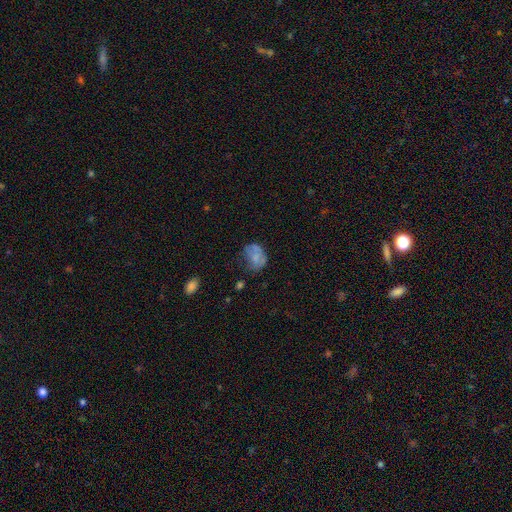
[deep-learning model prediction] smooth_or_featured: smooth (p=0.63) [alt: featured or disk p=0.26]
how_rounded: in between (p=0.62) [alt: round p=0.37]
merging: none (p=0.40) [alt: minor disturbance p=0.32]